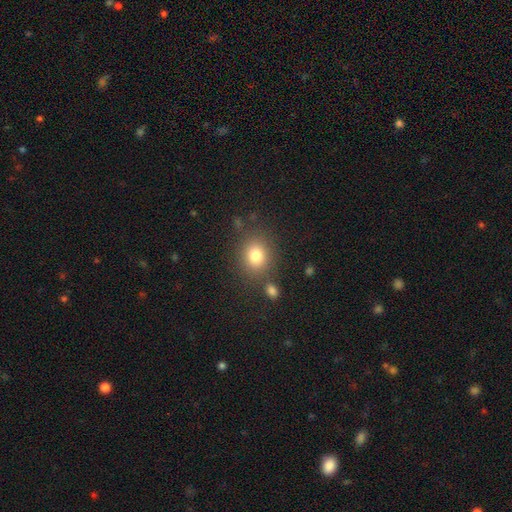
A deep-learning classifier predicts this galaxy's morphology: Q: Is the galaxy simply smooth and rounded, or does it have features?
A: smooth — 80%.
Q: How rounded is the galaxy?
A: round — 65%.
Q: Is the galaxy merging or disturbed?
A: none — 78%.